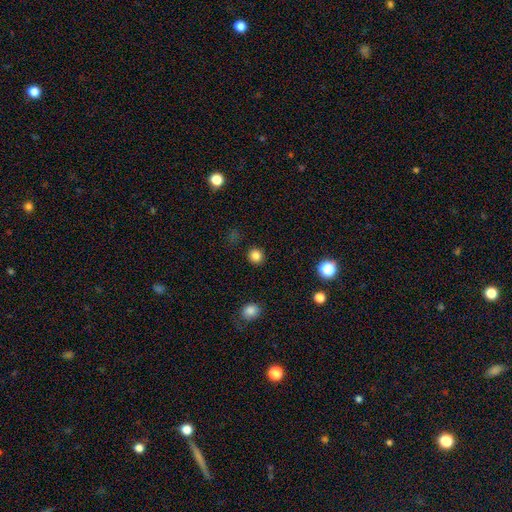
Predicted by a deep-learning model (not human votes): The model was most divided on "smooth or featured": smooth: 83%, star or artifact: 13%, featured or disk: 4%. More confident: merging — none (91%); how rounded — round (91%).